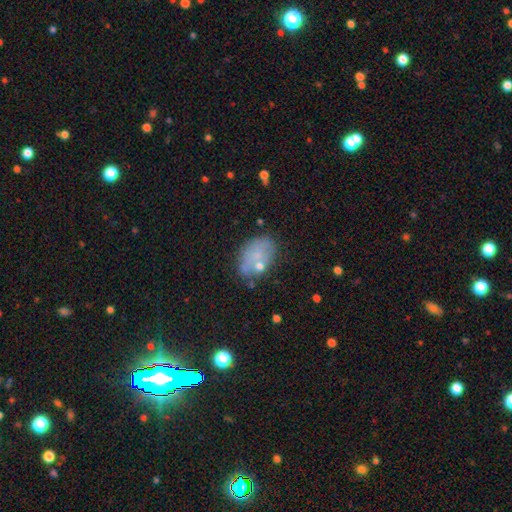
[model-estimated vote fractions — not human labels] A smooth galaxy with no disk features (55%) that is in between round and cigar-shaped (82%).

Vote fractions:
- Smooth or featured? smooth: 55% / featured or disk: 31% / star or artifact: 14%
- How rounded? in between: 82% / round: 16% / cigar-shaped: 2%
- Merging? none: 58% / minor disturbance: 22% / merger: 11% / major disturbance: 9%